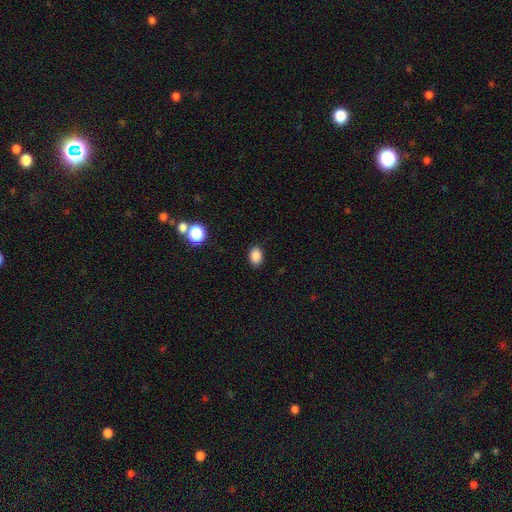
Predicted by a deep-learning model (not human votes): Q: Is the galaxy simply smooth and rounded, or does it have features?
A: smooth — 87%.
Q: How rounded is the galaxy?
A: in between — 78%.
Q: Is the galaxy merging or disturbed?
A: none — 87%.